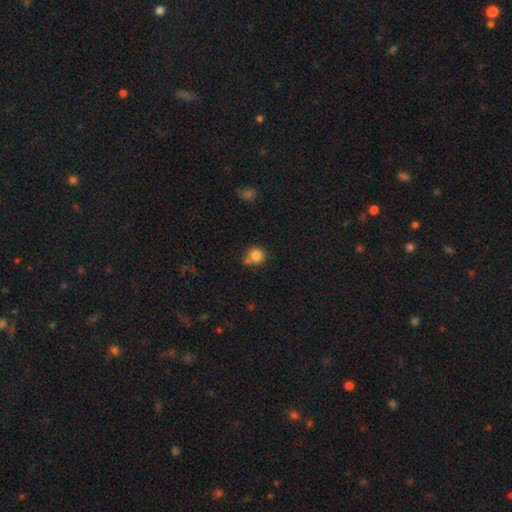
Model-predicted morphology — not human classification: A smooth galaxy with no disk features (84%) that is round (91%). Merging: none (66%).